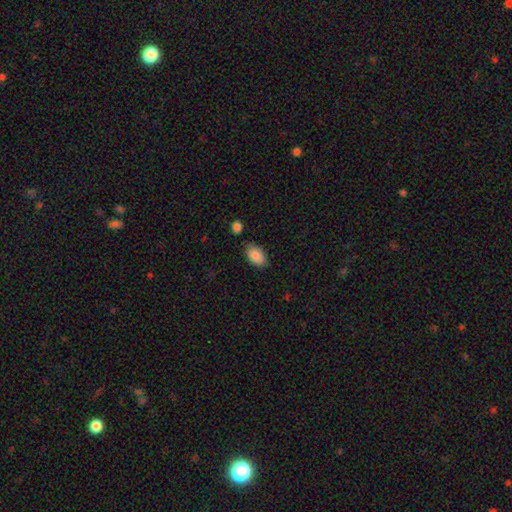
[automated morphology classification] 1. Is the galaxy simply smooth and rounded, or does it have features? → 89% smooth, 7% star or artifact, 5% featured or disk.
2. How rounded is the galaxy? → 93% in between, 5% round, 2% cigar-shaped.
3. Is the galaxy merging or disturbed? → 77% none, 15% minor disturbance, 5% merger, 3% major disturbance.